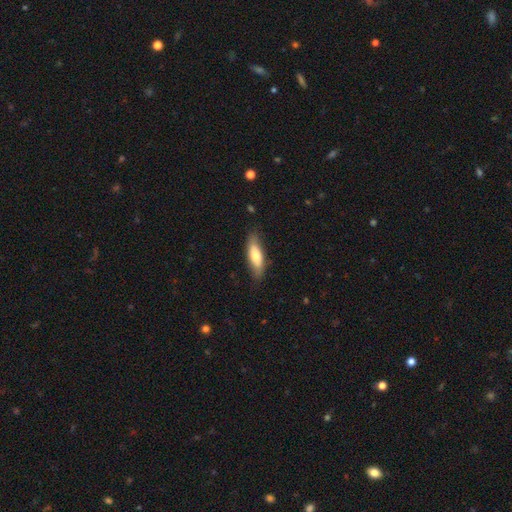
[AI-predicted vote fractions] A smooth galaxy with no disk features (70%) that is in between round and cigar-shaped (55%).

Vote fractions:
- Smooth or featured? smooth: 70% / featured or disk: 25% / star or artifact: 6%
- How rounded? in between: 55% / cigar-shaped: 43% / round: 2%
- Merging? none: 80% / minor disturbance: 16% / major disturbance: 3% / merger: 1%